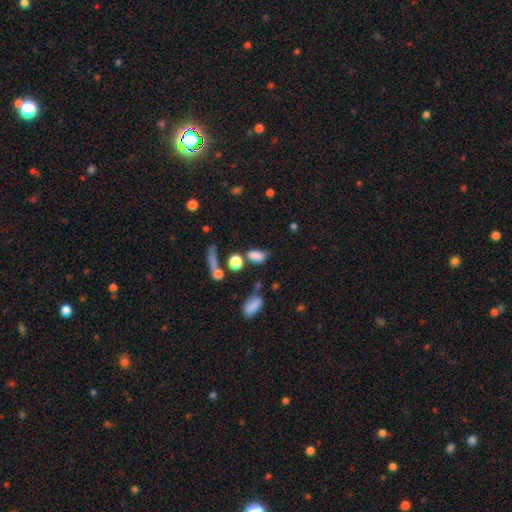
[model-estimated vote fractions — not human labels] Q: Smooth or featured?
A: smooth (80%); runner-up: star or artifact (12%)
Q: How rounded?
A: in between (81%); runner-up: round (13%)
Q: Merging?
A: none (54%); runner-up: minor disturbance (20%)